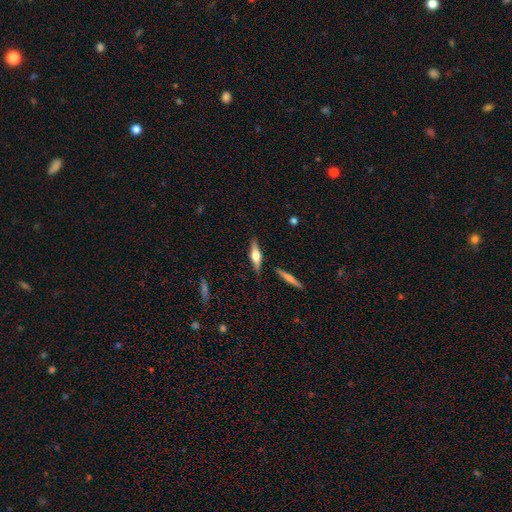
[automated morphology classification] Overall: featured or disk (61%; smooth 33%). Edge-on disk: yes (95%). Edge-on bulge: rounded (90%). Merging: none (83%).